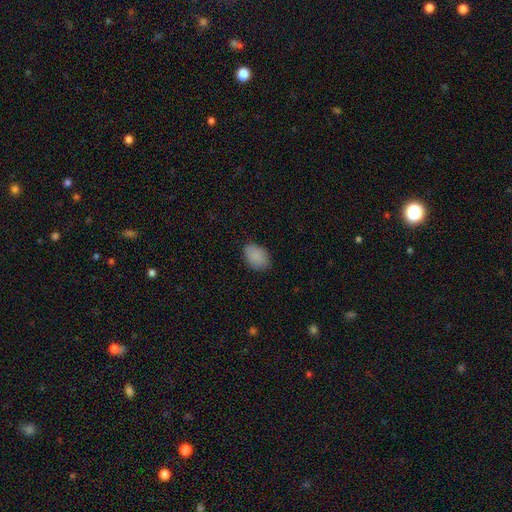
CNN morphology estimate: A smooth galaxy with no disk features (89%) that is in between round and cigar-shaped (83%).

Vote fractions:
- Smooth or featured? smooth: 89% / star or artifact: 8% / featured or disk: 4%
- How rounded? in between: 83% / round: 15% / cigar-shaped: 1%
- Merging? none: 83% / minor disturbance: 14% / major disturbance: 3% / merger: 1%